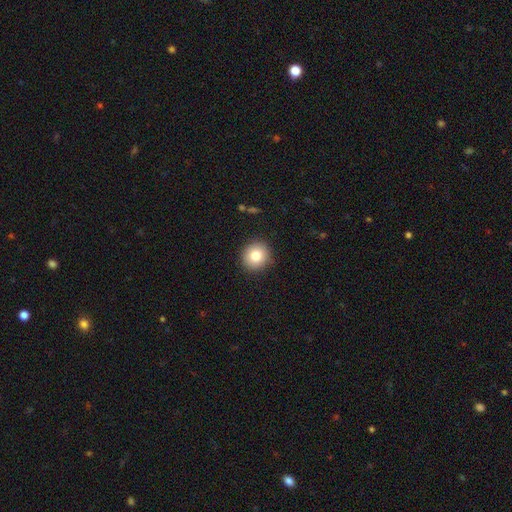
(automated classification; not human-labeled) Smooth or featured? Predicted: smooth (p=0.82). How rounded? Predicted: round (p=0.92). Merging? Predicted: none (p=0.90).